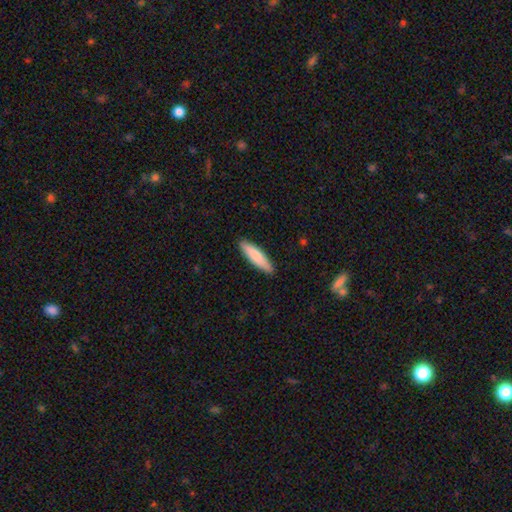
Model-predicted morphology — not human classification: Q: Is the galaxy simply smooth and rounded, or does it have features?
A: smooth — 82%.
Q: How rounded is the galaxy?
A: cigar-shaped — 72%.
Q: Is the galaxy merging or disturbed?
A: none — 89%.